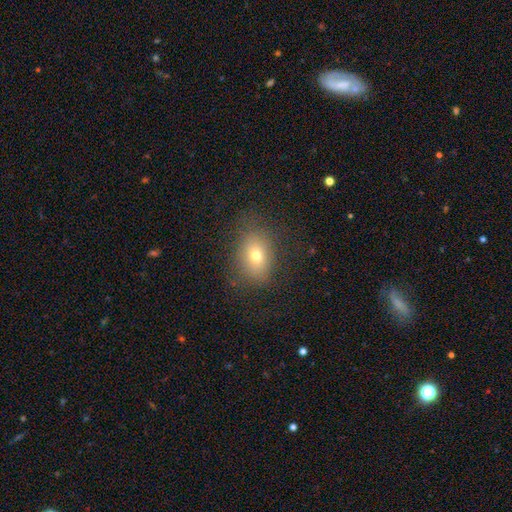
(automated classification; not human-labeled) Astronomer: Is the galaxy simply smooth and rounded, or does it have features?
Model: smooth — 70%.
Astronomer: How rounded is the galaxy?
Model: in between — 63%.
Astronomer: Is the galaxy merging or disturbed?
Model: none — 79%.